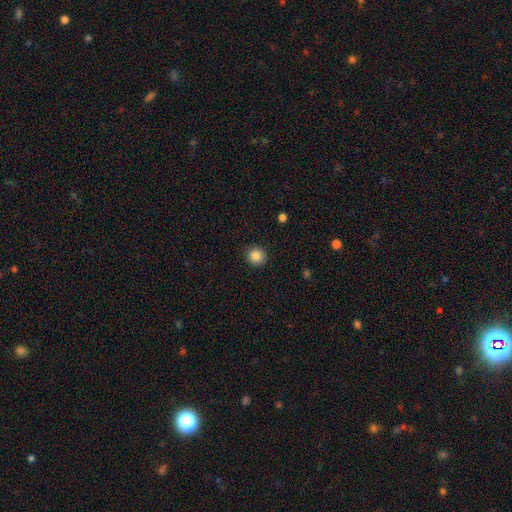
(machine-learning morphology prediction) Smooth or featured? smooth (86%)
How rounded? round (92%)
Merging? none (90%)